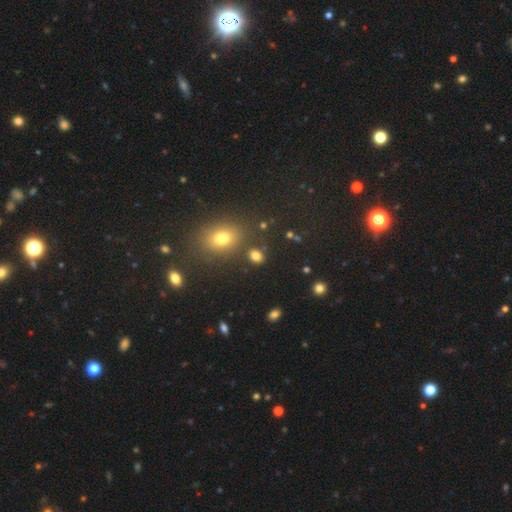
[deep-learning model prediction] Smooth or featured?
  - smooth: 78% *
  - star or artifact: 16%
  - featured or disk: 6%
How rounded?
  - in between: 58% *
  - round: 40%
  - cigar-shaped: 2%
Merging?
  - none: 78% *
  - minor disturbance: 10%
  - merger: 7%
  - major disturbance: 4%